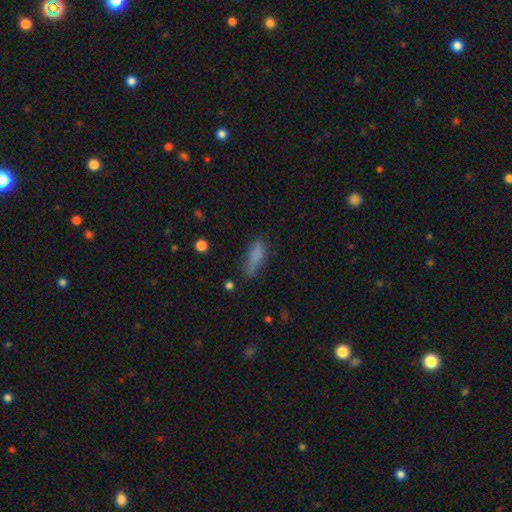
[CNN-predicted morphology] Smooth or featured? smooth (82%)
How rounded? in between (55%)
Merging? none (57%)